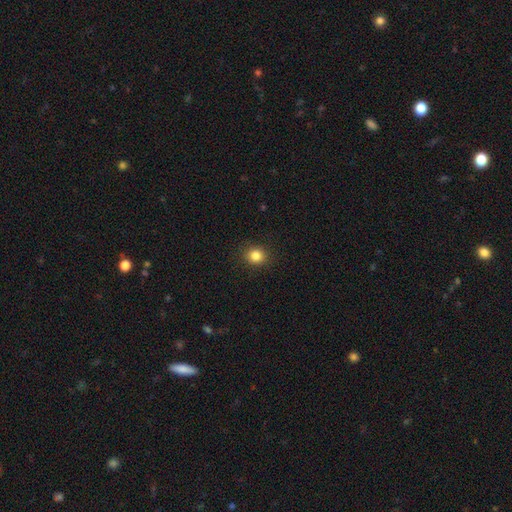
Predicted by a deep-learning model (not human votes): smooth_or_featured: smooth (p=0.84) [alt: star or artifact p=0.11]
how_rounded: round (p=0.81) [alt: in between p=0.18]
merging: none (p=0.91) [alt: minor disturbance p=0.06]